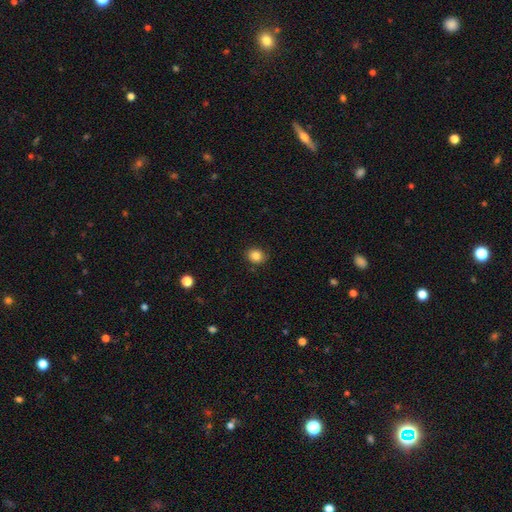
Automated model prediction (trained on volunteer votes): smooth_or_featured: smooth (p=0.85) [alt: star or artifact p=0.10]
how_rounded: round (p=0.71) [alt: in between p=0.28]
merging: none (p=0.85) [alt: minor disturbance p=0.11]